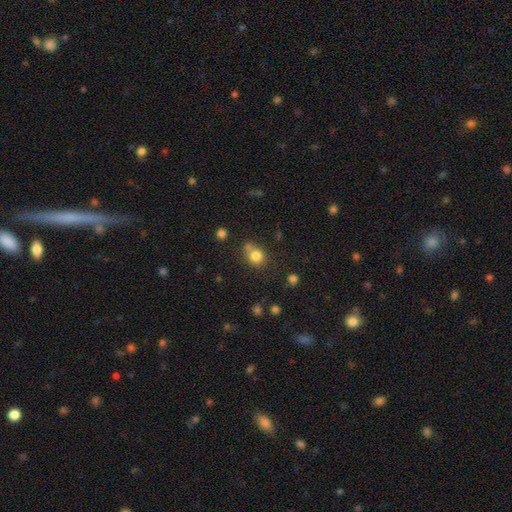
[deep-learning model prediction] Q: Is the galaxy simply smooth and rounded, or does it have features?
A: smooth — 80%.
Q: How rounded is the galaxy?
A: round — 77%.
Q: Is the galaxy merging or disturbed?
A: none — 57%.